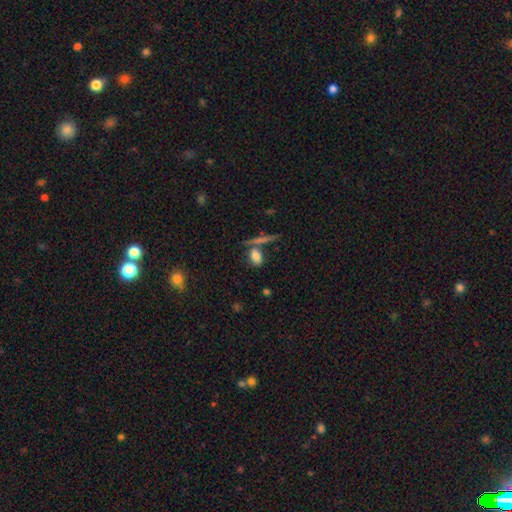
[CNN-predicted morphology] The model was most divided on "merging": none: 60%, merger: 22%, minor disturbance: 13%, major disturbance: 5%. More confident: smooth or featured — smooth (77%); how rounded — in between (74%).